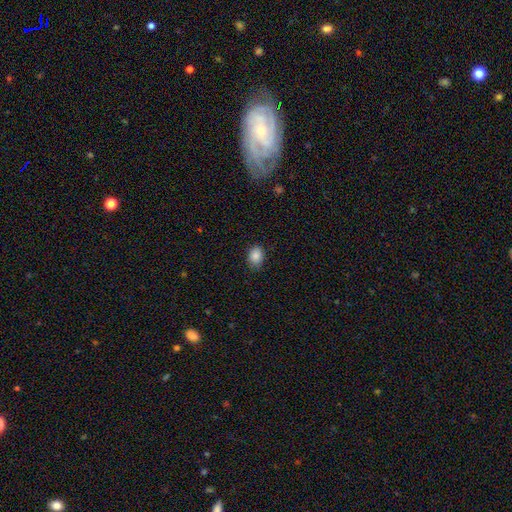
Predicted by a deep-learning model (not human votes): This appears to be a smooth galaxy with no disk features (86%) that is in between round and cigar-shaped (67%). Merging: none (80%).